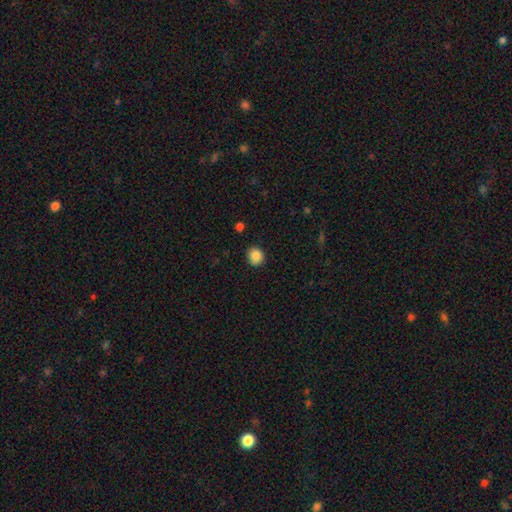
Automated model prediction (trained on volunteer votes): A smooth galaxy with no disk features (86%) that is round (80%). Merging: none (88%).